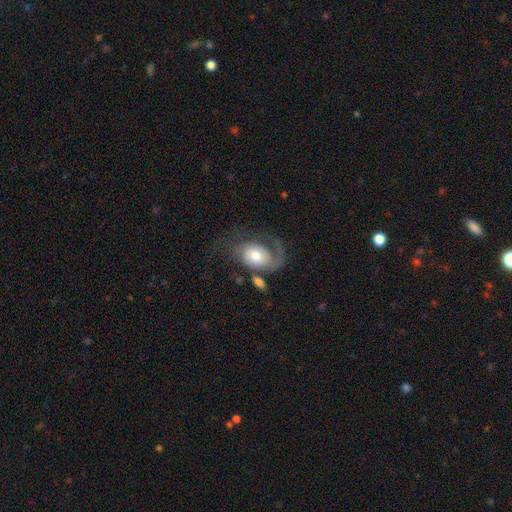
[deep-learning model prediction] A featured or disk galaxy (60%) with no bar (74%), spiral arms (83%) and a moderate central bulge (60%).

Vote fractions:
- Smooth or featured? featured or disk: 60% / smooth: 33% / star or artifact: 7%
- Edge-on disk? no: 97% / yes: 3%
- Bar? no: 74% / weak: 22% / strong: 4%
- Spiral arms? yes: 83% / no: 17%
- Bulge size? moderate: 60% / large: 22% / small: 13% / dominant: 3% / none: 2%
- Merging? major disturbance: 38% / none: 34% / minor disturbance: 18% / merger: 11%